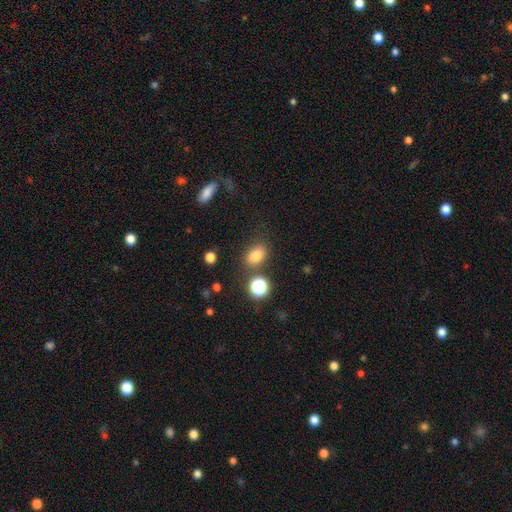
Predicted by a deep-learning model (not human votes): smooth_or_featured: smooth (p=0.78) [alt: star or artifact p=0.15]
how_rounded: in between (p=0.67) [alt: round p=0.32]
merging: none (p=0.76) [alt: minor disturbance p=0.13]